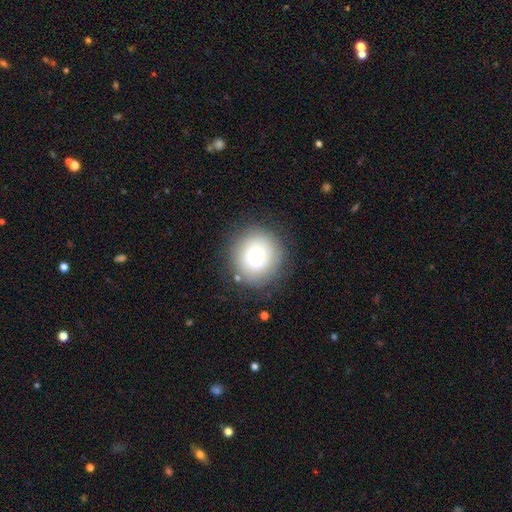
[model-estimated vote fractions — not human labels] smooth 72%, featured or disk 19%, star or artifact 10%. Down the decision tree: how rounded — round (88%); merging — none (82%).